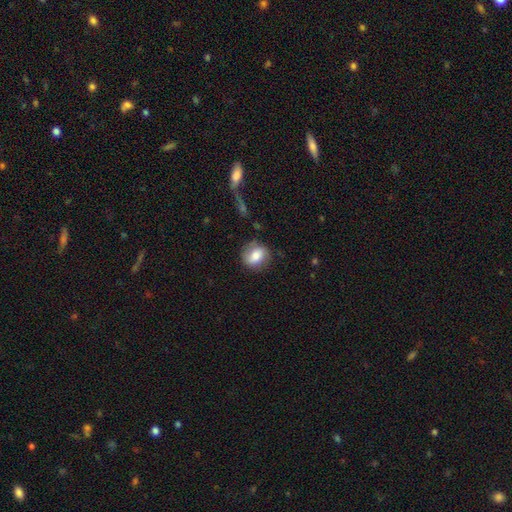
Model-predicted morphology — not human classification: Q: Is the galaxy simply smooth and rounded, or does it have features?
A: smooth — 70%.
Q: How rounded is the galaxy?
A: round — 64%.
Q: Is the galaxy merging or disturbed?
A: none — 76%.